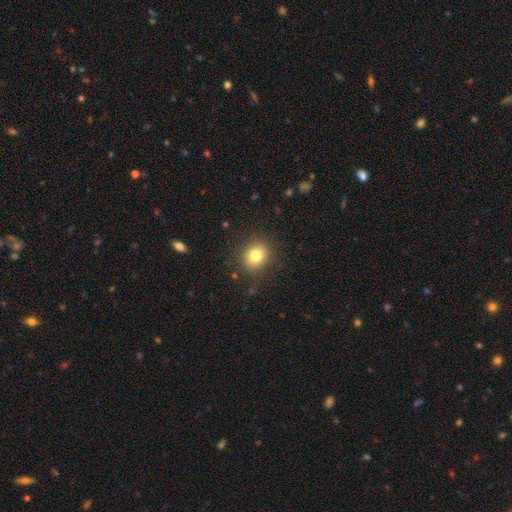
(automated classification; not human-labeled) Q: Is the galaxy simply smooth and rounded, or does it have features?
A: smooth — 80%.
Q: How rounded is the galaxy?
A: round — 74%.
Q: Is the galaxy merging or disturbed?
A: none — 87%.